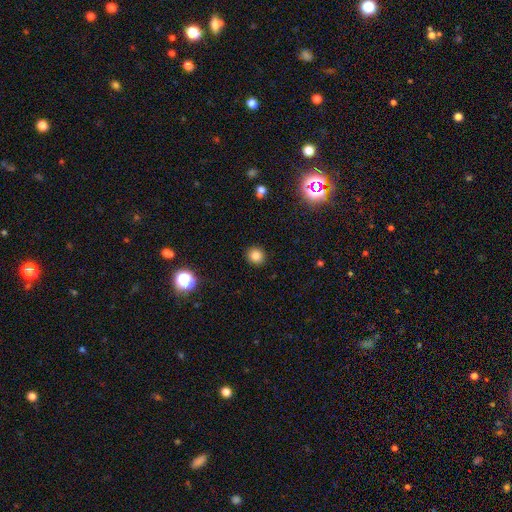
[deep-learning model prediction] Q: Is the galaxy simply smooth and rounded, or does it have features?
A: smooth — 83%.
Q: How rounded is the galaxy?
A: round — 89%.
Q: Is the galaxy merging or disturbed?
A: none — 91%.